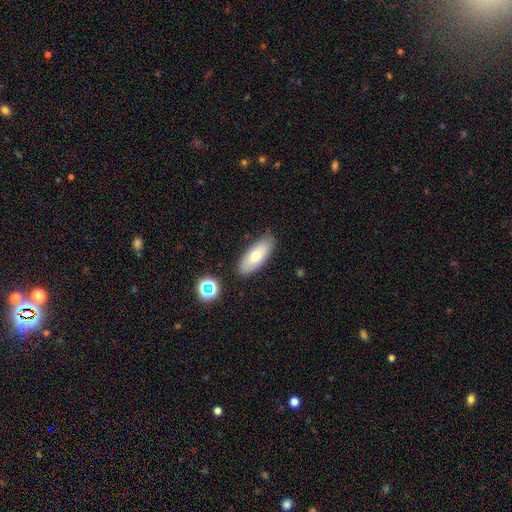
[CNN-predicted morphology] This is likely a smooth galaxy (70%). How rounded: likely in between (79%). Merging: clearly none (84%).